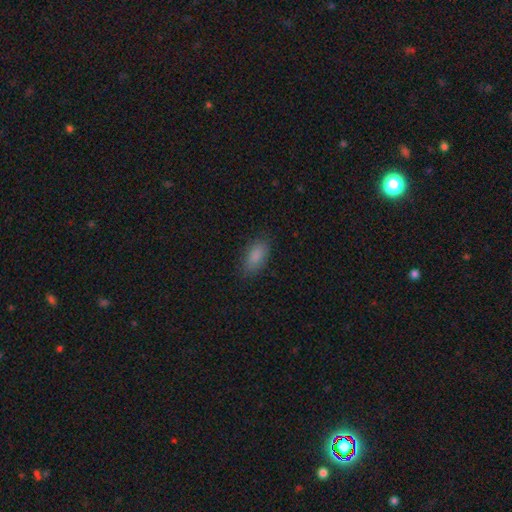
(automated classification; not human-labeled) Smooth or featured: smooth — 87% (star or artifact — 8%)
How rounded: in between — 89% (cigar-shaped — 7%)
Merging: none — 82% (minor disturbance — 13%)